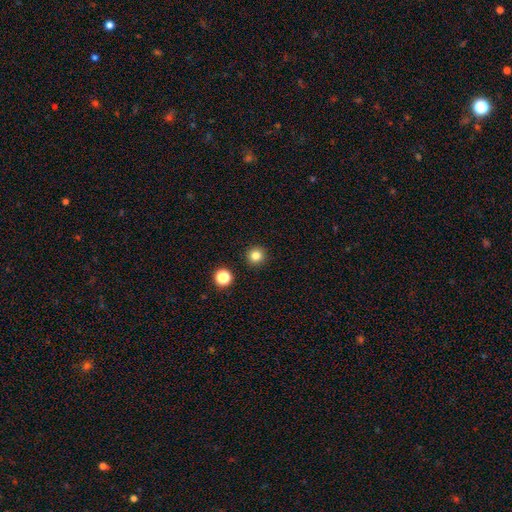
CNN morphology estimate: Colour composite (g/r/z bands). It shows a smooth galaxy with no disk features (82%) that is round (95%). Merging: none (92%).